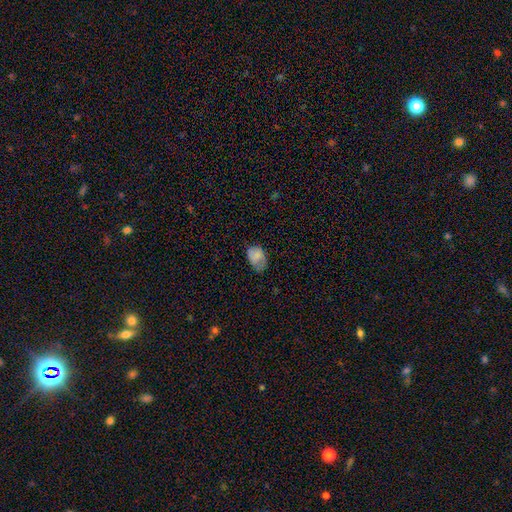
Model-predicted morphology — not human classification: smooth-or-featured: smooth: 78% | featured or disk: 13% | star or artifact: 9%
  how-rounded: in between: 81% | round: 18% | cigar-shaped: 1%
  merging: none: 48% | minor disturbance: 37% | major disturbance: 13% | merger: 2%